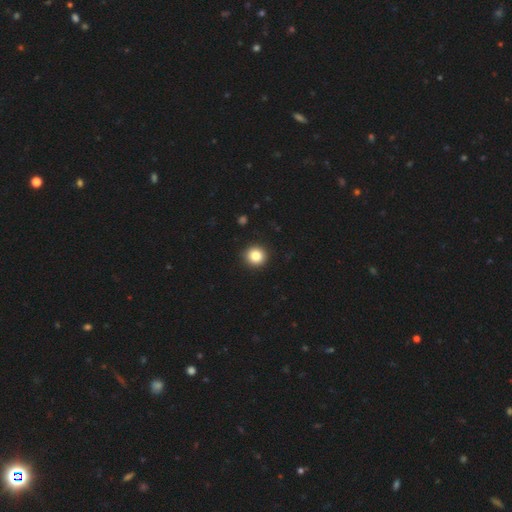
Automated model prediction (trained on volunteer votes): smooth-or-featured: smooth: 85% | star or artifact: 10% | featured or disk: 5%
  how-rounded: round: 94% | in between: 5% | cigar-shaped: 1%
  merging: none: 93% | minor disturbance: 5% | major disturbance: 1% | merger: 1%